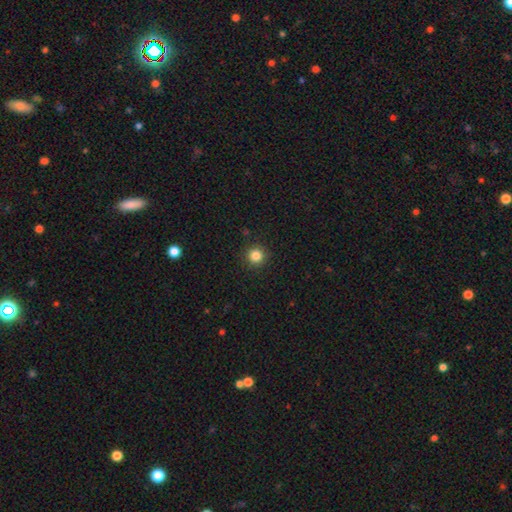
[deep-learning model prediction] A smooth galaxy with no disk features (84%) that is round (95%).

Vote fractions:
- Smooth or featured? smooth: 84% / star or artifact: 12% / featured or disk: 4%
- How rounded? round: 95% / in between: 4% / cigar-shaped: 1%
- Merging? none: 92% / minor disturbance: 5% / major disturbance: 2% / merger: 1%